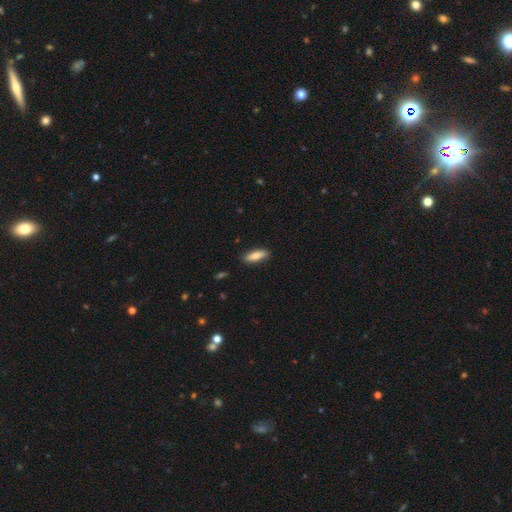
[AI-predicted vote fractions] Morphology: type=smooth (83%); roundness=in between (58%); merging=none (87%).